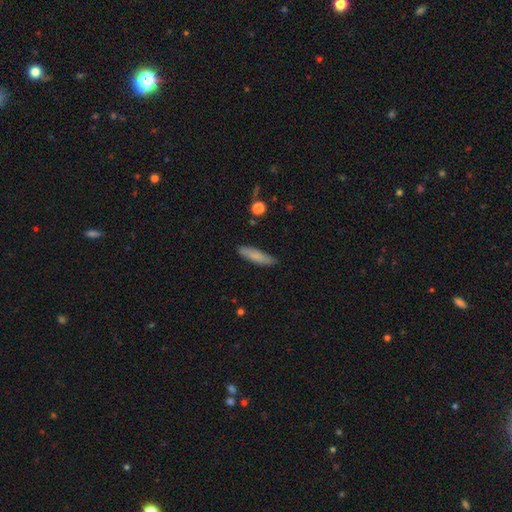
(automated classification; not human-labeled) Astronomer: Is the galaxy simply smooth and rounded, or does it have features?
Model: smooth — 78%.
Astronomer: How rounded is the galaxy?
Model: cigar-shaped — 75%.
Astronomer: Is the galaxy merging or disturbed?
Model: none — 84%.